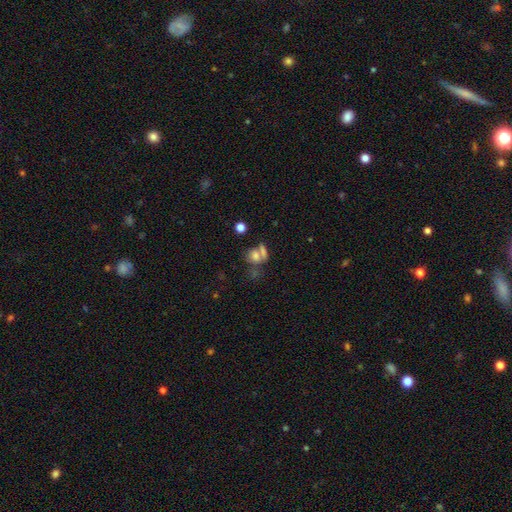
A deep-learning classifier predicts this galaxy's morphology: smooth 69%, star or artifact 16%, featured or disk 15%. Down the decision tree: how rounded — round (60%); merging — none (42%).